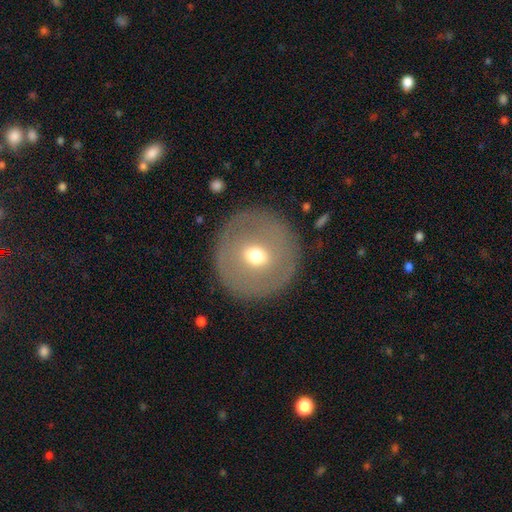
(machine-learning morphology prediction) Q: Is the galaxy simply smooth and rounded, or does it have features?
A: smooth — 47%.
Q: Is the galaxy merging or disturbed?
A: none — 86%.